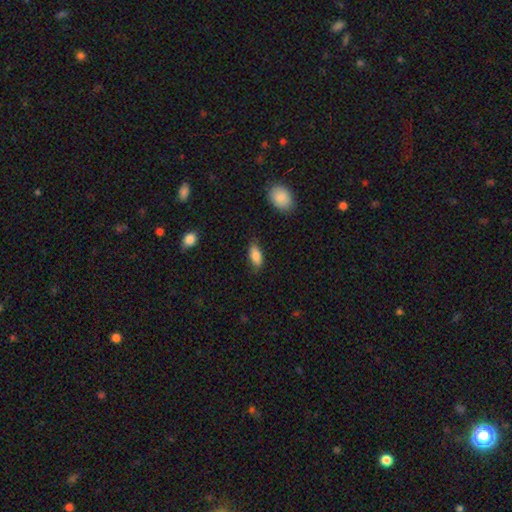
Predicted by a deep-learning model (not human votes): Morphology: type=smooth (84%); roundness=in between (88%); merging=none (77%).